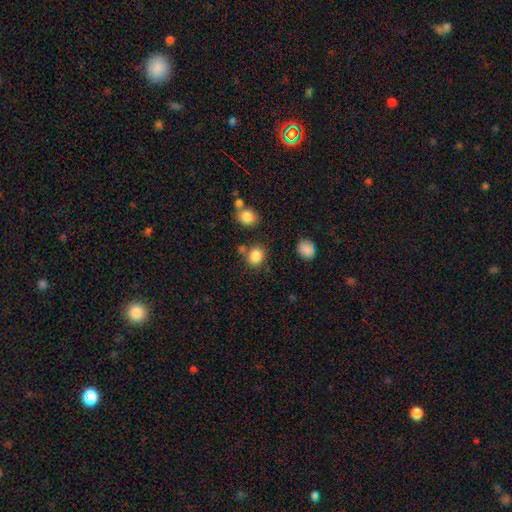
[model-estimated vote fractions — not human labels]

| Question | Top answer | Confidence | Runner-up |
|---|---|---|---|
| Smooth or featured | smooth | 85% | star or artifact (11%) |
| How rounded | round | 66% | in between (33%) |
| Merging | none | 72% | minor disturbance (13%) |